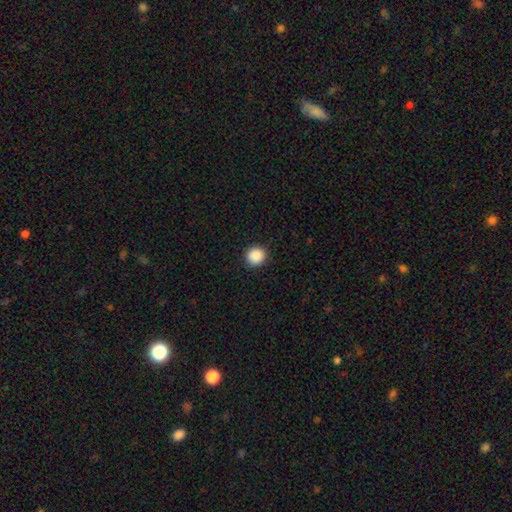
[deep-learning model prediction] Q: Smooth or featured?
A: smooth (89%); runner-up: star or artifact (9%)
Q: How rounded?
A: round (92%); runner-up: in between (7%)
Q: Merging?
A: none (92%); runner-up: minor disturbance (5%)